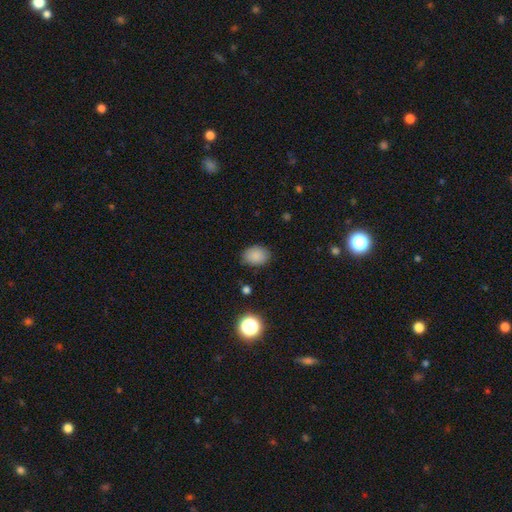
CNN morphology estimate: This is clearly a smooth galaxy (85%). How rounded: likely in between (66%). Merging: clearly none (83%).